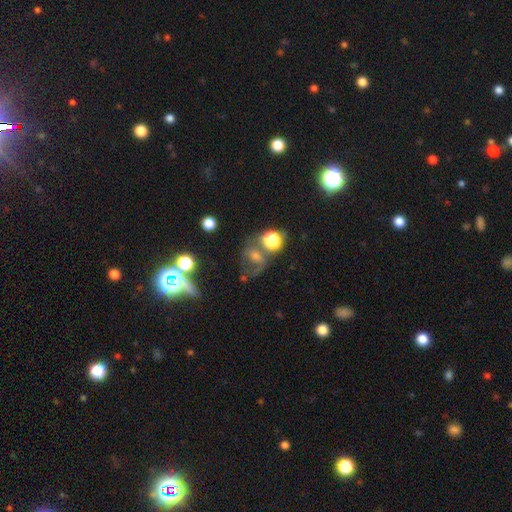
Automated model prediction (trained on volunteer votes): This is marginally a featured or disk galaxy (42%). Merging: possibly none (48%).